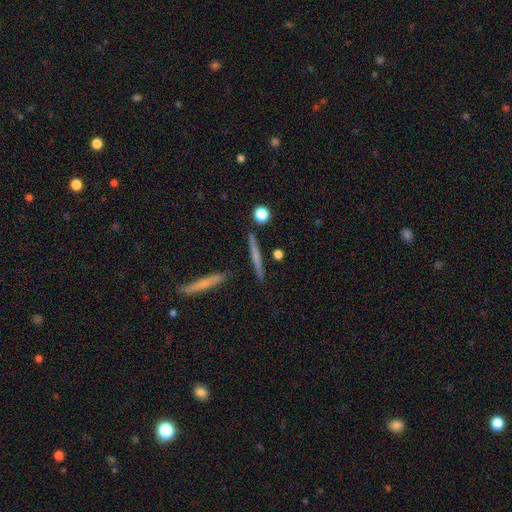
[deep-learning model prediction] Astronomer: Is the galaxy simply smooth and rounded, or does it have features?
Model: smooth — 48% (runner-up: featured or disk, 44%).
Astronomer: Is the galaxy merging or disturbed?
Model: none — 86%.